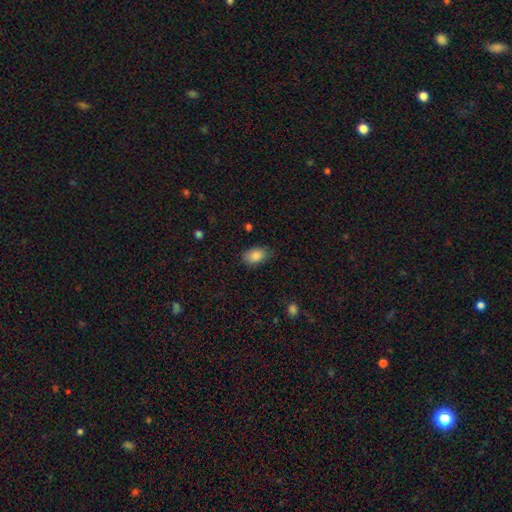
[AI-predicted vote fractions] smooth-or-featured: smooth: 87% | star or artifact: 8% | featured or disk: 5%
  how-rounded: in between: 86% | round: 13% | cigar-shaped: 1%
  merging: none: 77% | minor disturbance: 18% | major disturbance: 4% | merger: 1%